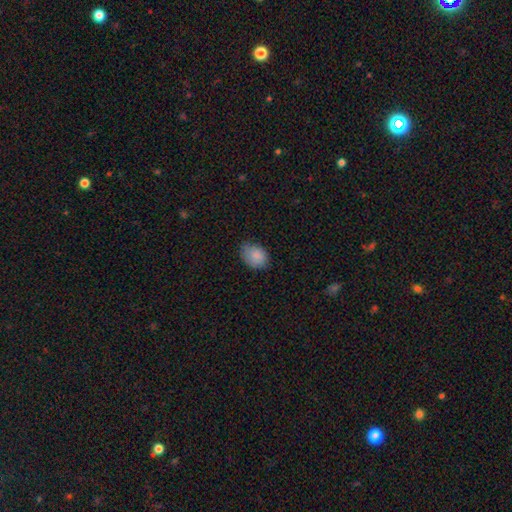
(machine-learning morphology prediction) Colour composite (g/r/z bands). It shows a smooth galaxy with no disk features (86%) that is in between round and cigar-shaped (66%). Merging: none (61%).